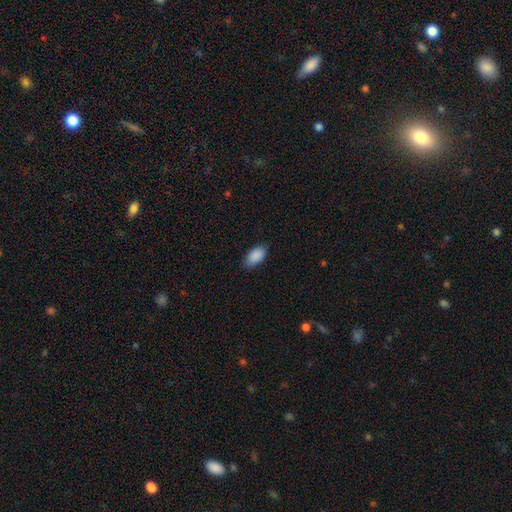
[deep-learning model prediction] Smooth or featured?
  - smooth: 90% *
  - star or artifact: 6%
  - featured or disk: 4%
How rounded?
  - in between: 94% *
  - round: 4%
  - cigar-shaped: 3%
Merging?
  - none: 80% *
  - minor disturbance: 16%
  - major disturbance: 3%
  - merger: 1%